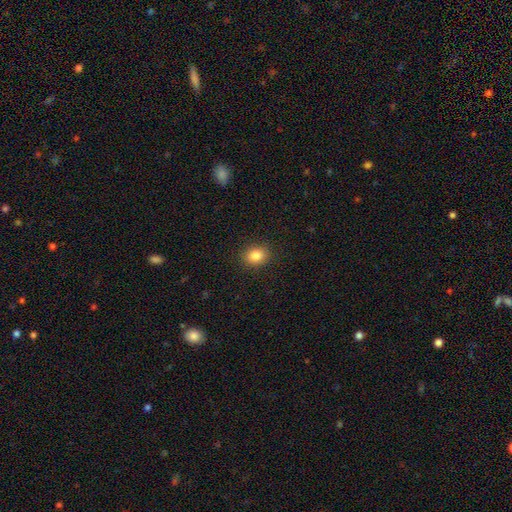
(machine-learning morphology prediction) Smooth or featured: smooth — 85% (star or artifact — 10%)
How rounded: round — 50% (in between — 49%)
Merging: none — 90% (minor disturbance — 7%)